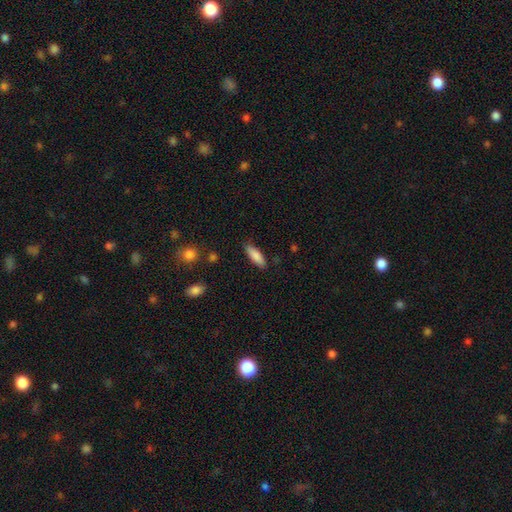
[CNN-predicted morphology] A smooth galaxy with no disk features (85%) that is in between round and cigar-shaped (50%). Merging: none (85%).